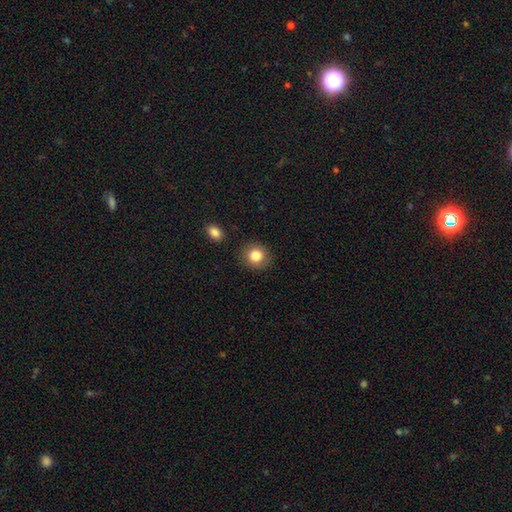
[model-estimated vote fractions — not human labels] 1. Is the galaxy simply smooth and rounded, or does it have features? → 83% smooth, 10% star or artifact, 7% featured or disk.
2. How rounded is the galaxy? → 85% round, 14% in between, 1% cigar-shaped.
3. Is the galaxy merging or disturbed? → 87% none, 8% minor disturbance, 3% major disturbance, 2% merger.